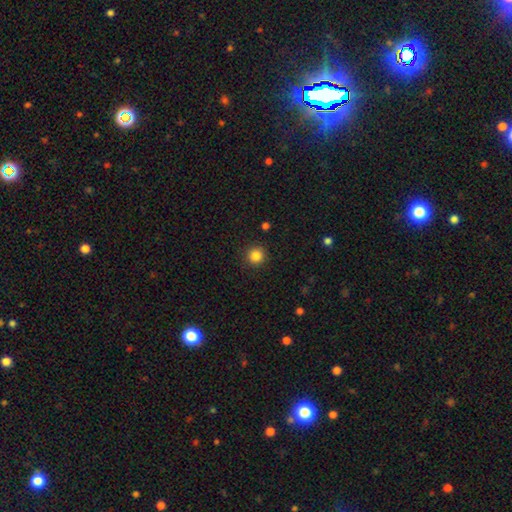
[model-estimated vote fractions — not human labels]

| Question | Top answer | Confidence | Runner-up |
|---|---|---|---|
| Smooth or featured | smooth | 85% | star or artifact (11%) |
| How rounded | round | 95% | in between (4%) |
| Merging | none | 92% | minor disturbance (5%) |